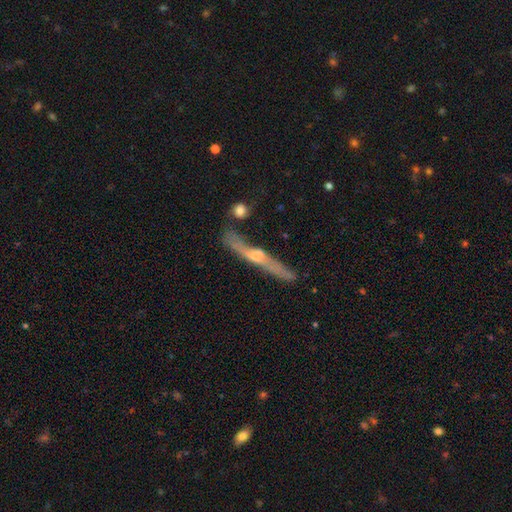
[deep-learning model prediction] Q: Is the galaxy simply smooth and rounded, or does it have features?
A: featured or disk — 72%.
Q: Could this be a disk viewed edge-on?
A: yes — 93%.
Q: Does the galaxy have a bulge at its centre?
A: rounded — 83%.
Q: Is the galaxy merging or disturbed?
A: none — 76%.